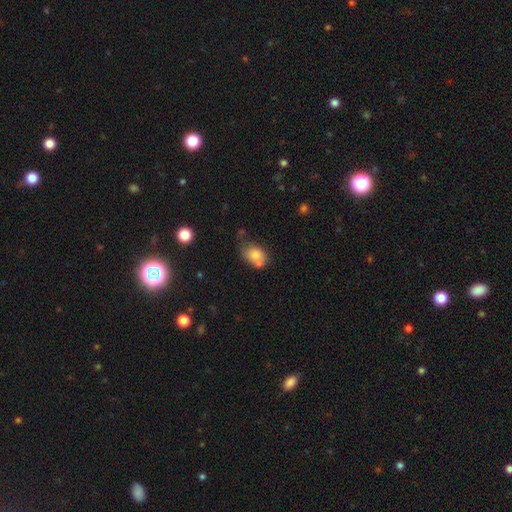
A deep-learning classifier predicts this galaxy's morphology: Q: Smooth or featured?
A: smooth (79%); runner-up: featured or disk (12%)
Q: How rounded?
A: in between (71%); runner-up: round (28%)
Q: Merging?
A: none (47%); runner-up: minor disturbance (24%)